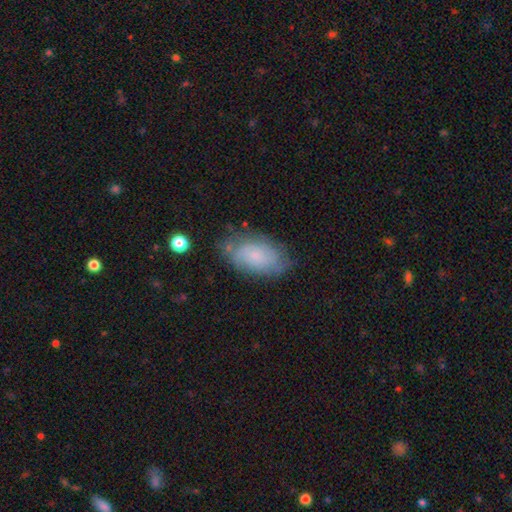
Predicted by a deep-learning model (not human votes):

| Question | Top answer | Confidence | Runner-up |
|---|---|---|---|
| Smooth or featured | smooth | 54% | featured or disk (38%) |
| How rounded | in between | 92% | round (5%) |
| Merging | none | 65% | minor disturbance (24%) |